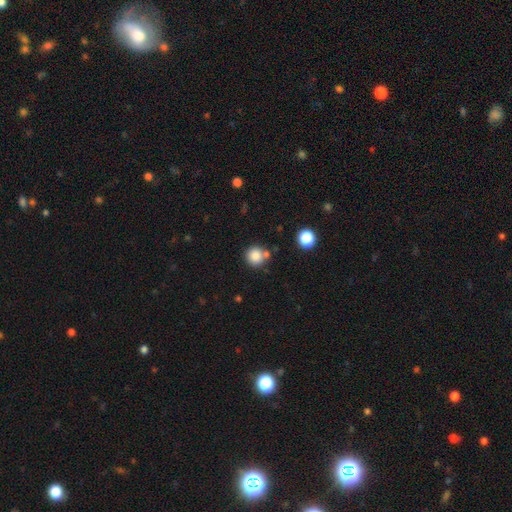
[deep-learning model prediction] Morphology: type=smooth (84%); roundness=round (92%); merging=none (72%).